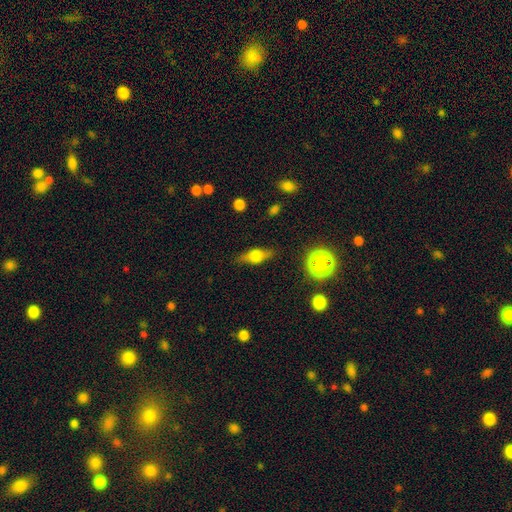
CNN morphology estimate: smooth_or_featured: featured or disk (p=0.49) [alt: smooth p=0.41]
merging: none (p=0.81) [alt: minor disturbance p=0.13]